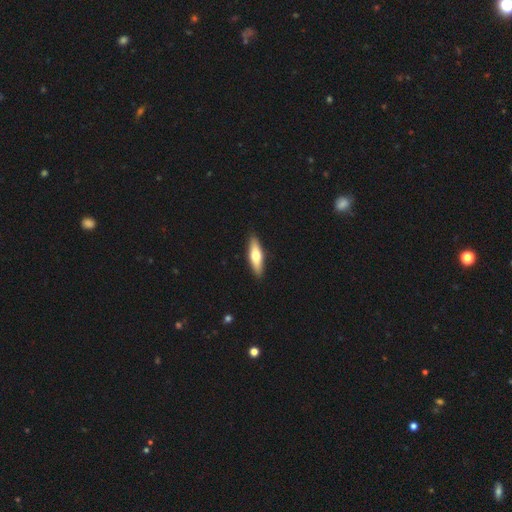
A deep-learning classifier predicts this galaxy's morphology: A smooth galaxy with no disk features (57%) that is cigar-shaped (59%).

Vote fractions:
- Smooth or featured? smooth: 57% / featured or disk: 38% / star or artifact: 5%
- How rounded? cigar-shaped: 59% / in between: 39% / round: 2%
- Merging? none: 91% / minor disturbance: 7% / major disturbance: 1% / merger: 1%